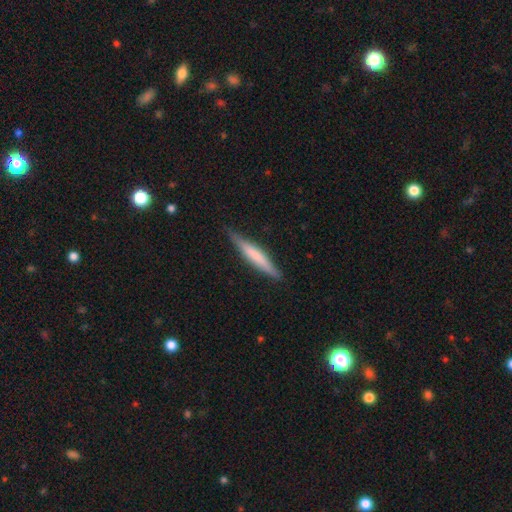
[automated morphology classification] smooth_or_featured: smooth (p=0.57) [alt: featured or disk p=0.38]
how_rounded: cigar-shaped (p=0.93) [alt: in between p=0.06]
merging: none (p=0.85) [alt: minor disturbance p=0.11]